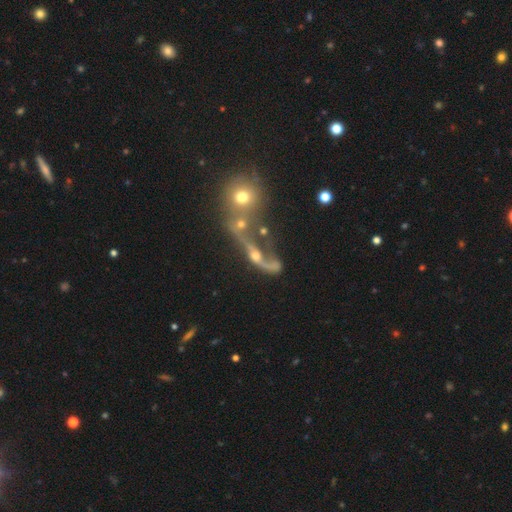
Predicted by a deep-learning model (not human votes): Smooth or featured? featured or disk (68%)
Edge-on disk? no (74%)
Bar? no (70%)
Spiral arms? yes (61%)
Bulge size? moderate (47%)
Merging? merger (46%)